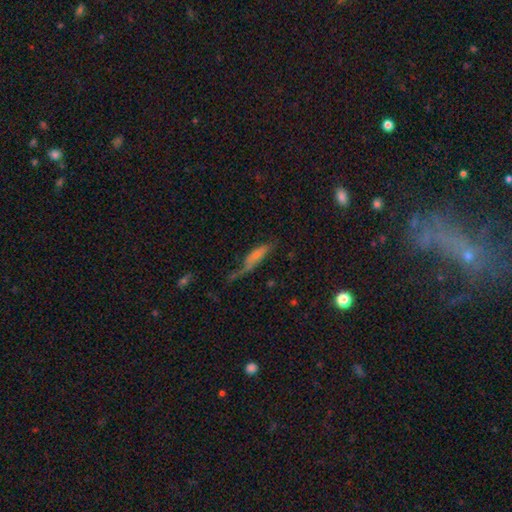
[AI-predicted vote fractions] The model was most divided on "merging": major disturbance: 34%, none: 31%, minor disturbance: 25%, merger: 10%. More confident: smooth or featured — smooth (59%); how rounded — cigar-shaped (58%).